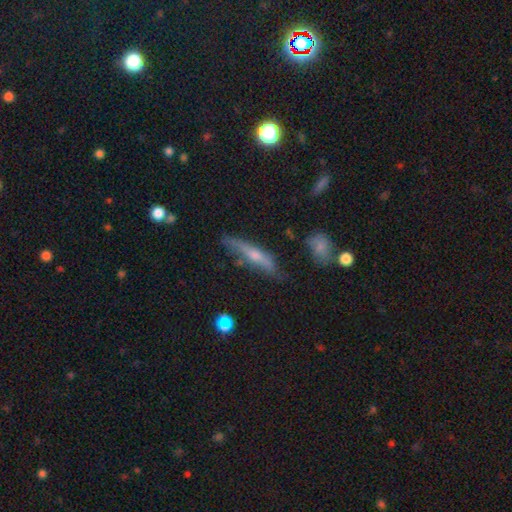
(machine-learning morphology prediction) Overall: featured or disk (53%; smooth 39%). Edge-on disk: yes (89%). Merging: none (68%).